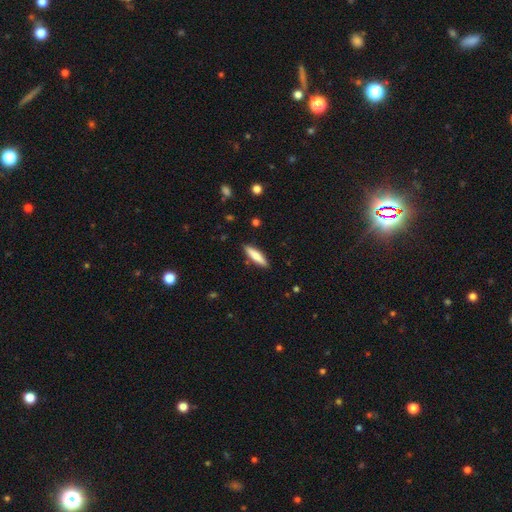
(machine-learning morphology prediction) Q: Smooth or featured?
A: smooth (73%); runner-up: featured or disk (21%)
Q: How rounded?
A: cigar-shaped (76%); runner-up: in between (22%)
Q: Merging?
A: none (88%); runner-up: minor disturbance (8%)